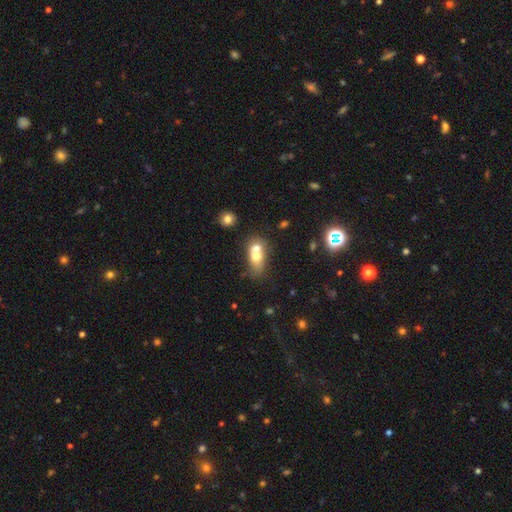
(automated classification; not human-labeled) smooth_or_featured: smooth (p=0.65) [alt: featured or disk p=0.25]
how_rounded: in between (p=0.67) [alt: round p=0.28]
merging: merger (p=0.62) [alt: none p=0.24]